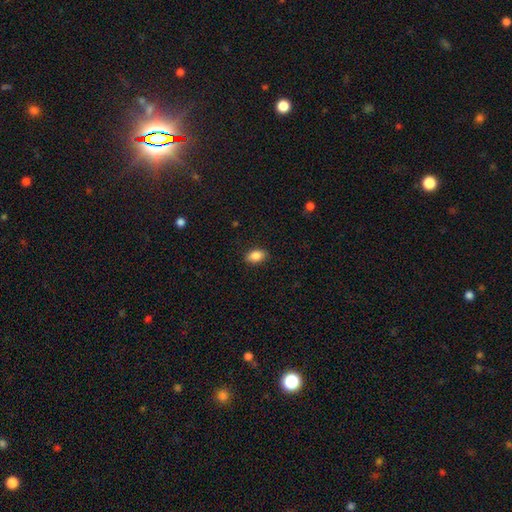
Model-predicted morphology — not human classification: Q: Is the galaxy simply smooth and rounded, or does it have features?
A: smooth — 88%.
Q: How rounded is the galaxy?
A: in between — 87%.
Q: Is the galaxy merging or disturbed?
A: none — 88%.